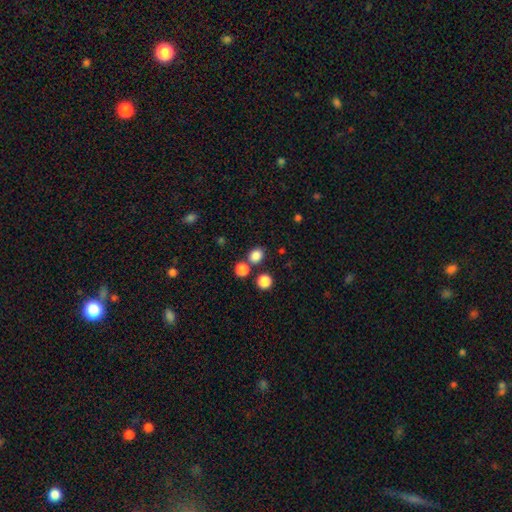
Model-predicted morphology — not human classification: Overall: smooth (84%). How rounded: round (66%; in between 33%). Merging: none (72%).